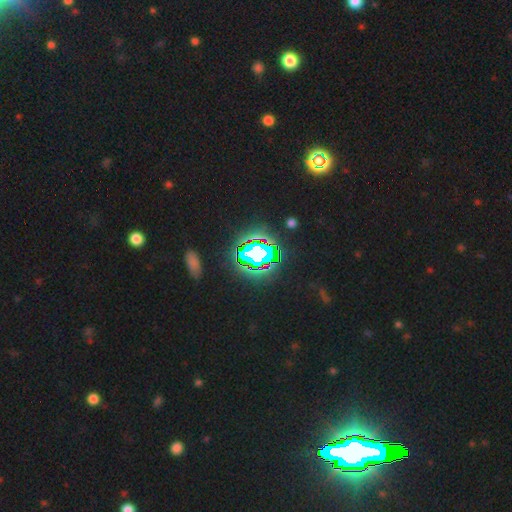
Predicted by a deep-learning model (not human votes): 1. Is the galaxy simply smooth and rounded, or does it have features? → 74% star or artifact, 15% smooth, 12% featured or disk.